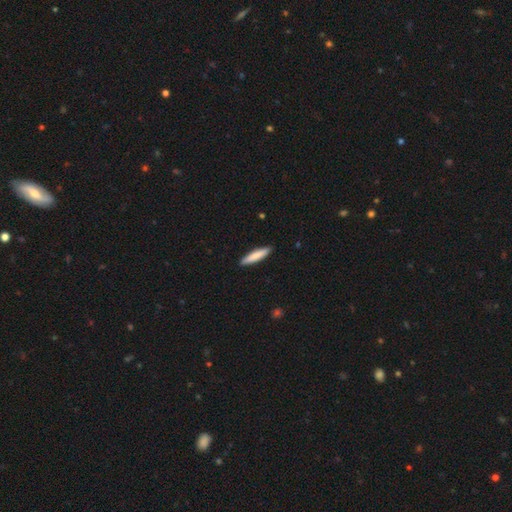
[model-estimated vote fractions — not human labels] This is clearly a smooth galaxy (81%). How rounded: clearly cigar-shaped (87%). Merging: clearly none (91%).